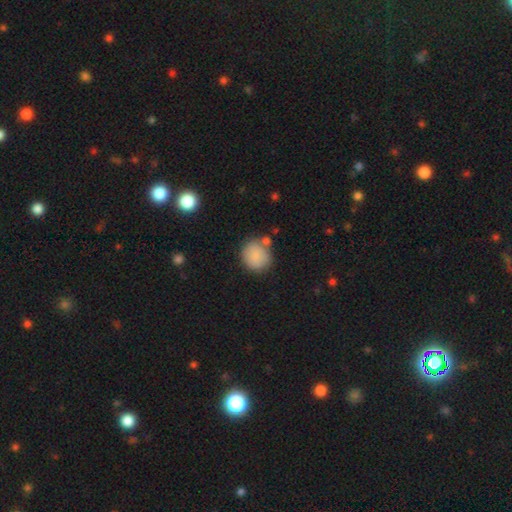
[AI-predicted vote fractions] Smooth or featured: smooth — 86% (star or artifact — 7%)
How rounded: round — 84% (in between — 15%)
Merging: none — 67% (minor disturbance — 15%)